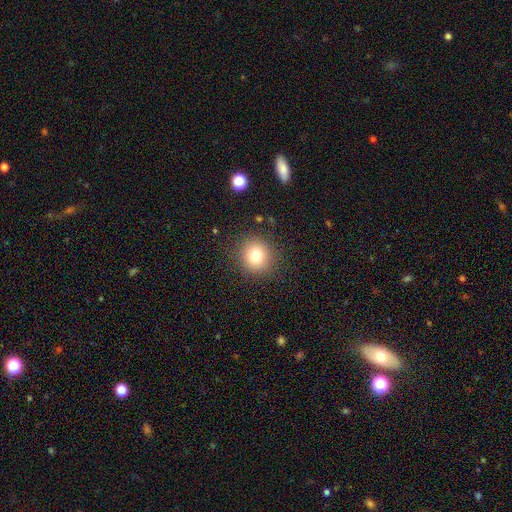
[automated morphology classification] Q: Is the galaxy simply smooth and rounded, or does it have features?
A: smooth — 77%.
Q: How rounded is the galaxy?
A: round — 90%.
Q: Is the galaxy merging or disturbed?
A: none — 88%.